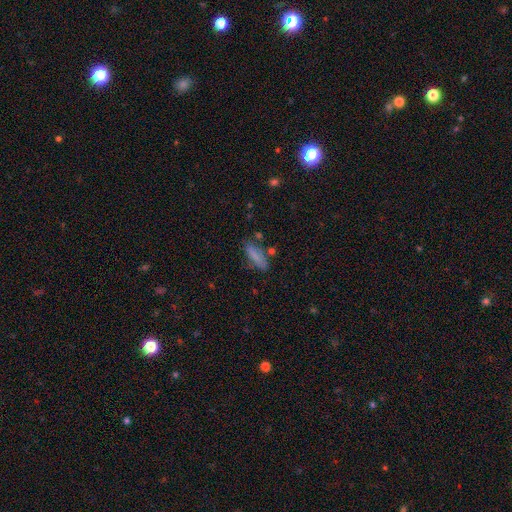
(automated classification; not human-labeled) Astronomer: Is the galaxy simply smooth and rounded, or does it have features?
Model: smooth — 79%.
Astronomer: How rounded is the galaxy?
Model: in between — 57% (runner-up: cigar-shaped, 40%).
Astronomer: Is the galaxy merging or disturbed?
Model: none — 68%.